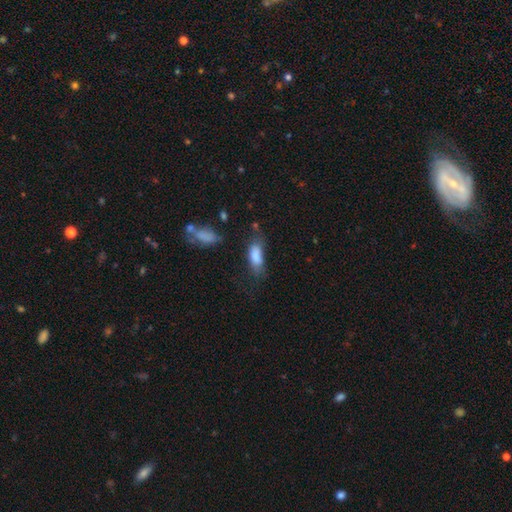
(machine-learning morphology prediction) Smooth or featured?
  - smooth: 80% *
  - featured or disk: 12%
  - star or artifact: 8%
How rounded?
  - in between: 79% *
  - cigar-shaped: 18%
  - round: 3%
Merging?
  - none: 45% *
  - minor disturbance: 30%
  - major disturbance: 19%
  - merger: 6%